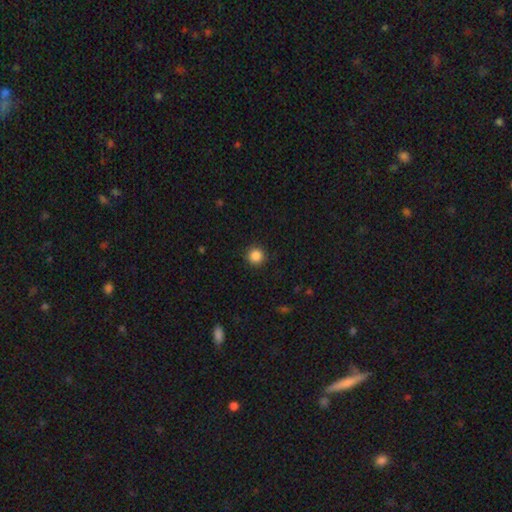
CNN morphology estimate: Smooth or featured: smooth — 87% (star or artifact — 10%)
How rounded: round — 95% (in between — 4%)
Merging: none — 91% (minor disturbance — 6%)